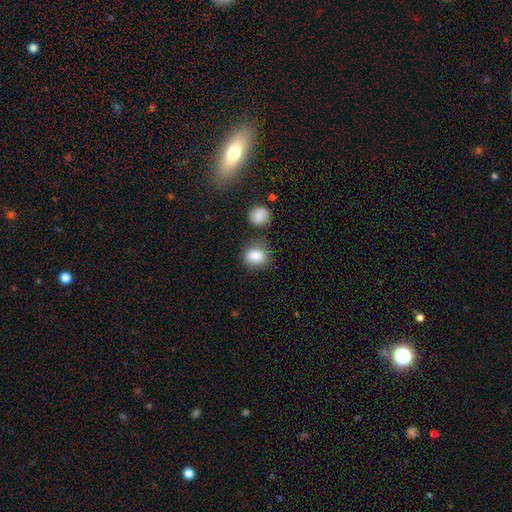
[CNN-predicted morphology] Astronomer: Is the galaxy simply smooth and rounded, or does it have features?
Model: smooth — 86%.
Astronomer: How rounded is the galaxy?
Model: round — 54% (runner-up: in between, 45%).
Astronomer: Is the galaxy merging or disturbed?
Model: none — 67%.